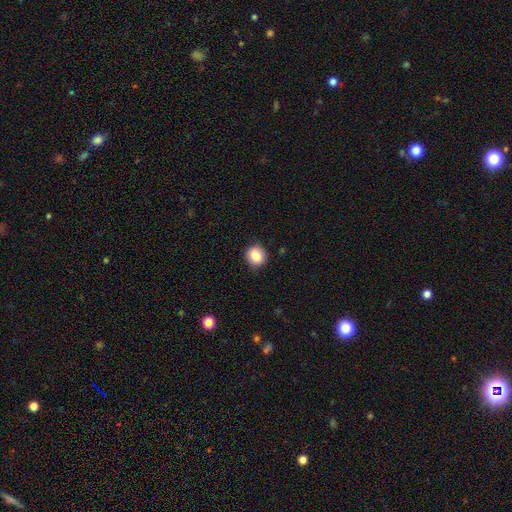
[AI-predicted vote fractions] A smooth galaxy with no disk features (85%) that is round (80%).

Vote fractions:
- Smooth or featured? smooth: 85% / star or artifact: 9% / featured or disk: 6%
- How rounded? round: 80% / in between: 19% / cigar-shaped: 1%
- Merging? none: 88% / minor disturbance: 8% / major disturbance: 2% / merger: 1%